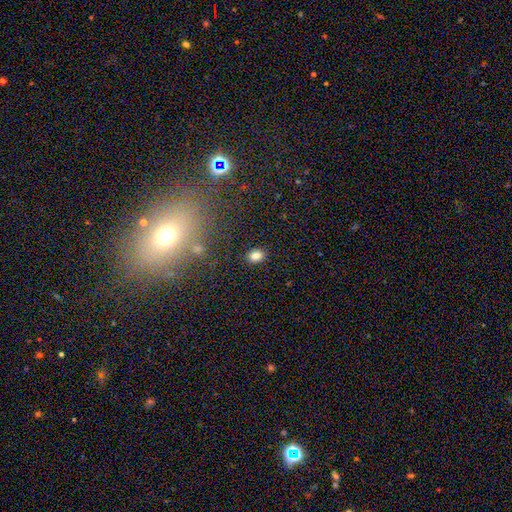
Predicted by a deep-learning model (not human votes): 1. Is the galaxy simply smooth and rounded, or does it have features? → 82% smooth, 11% star or artifact, 6% featured or disk.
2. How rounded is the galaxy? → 70% in between, 28% round, 1% cigar-shaped.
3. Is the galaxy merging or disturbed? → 88% none, 8% minor disturbance, 2% major disturbance, 2% merger.